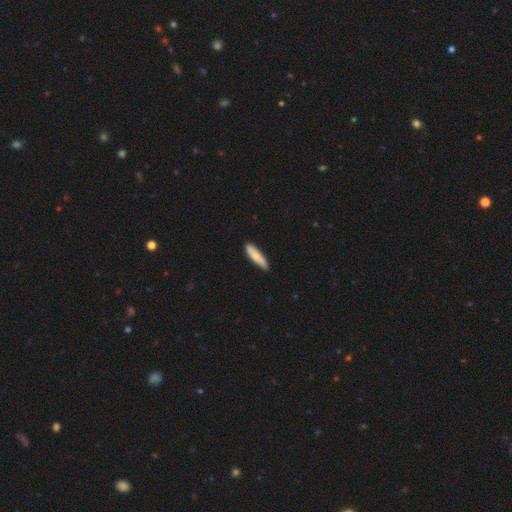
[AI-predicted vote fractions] A smooth galaxy with no disk features (76%) that is cigar-shaped (75%). Merging: none (86%).